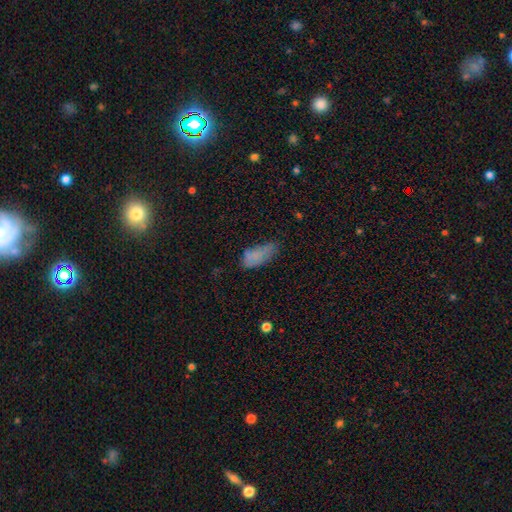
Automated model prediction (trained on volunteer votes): This is likely a smooth galaxy (75%). How rounded: clearly in between (84%). Merging: marginally none (44%).